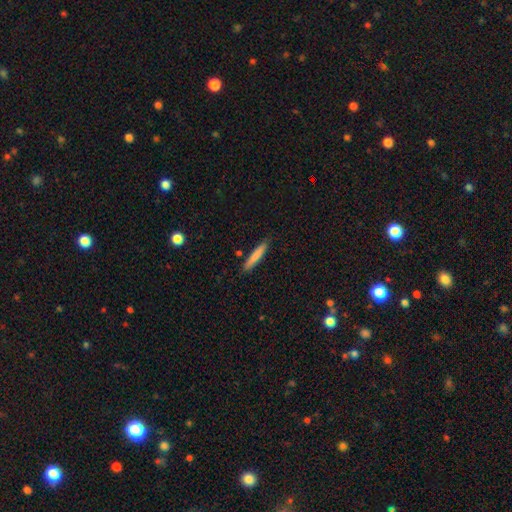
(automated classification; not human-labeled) A smooth galaxy with no disk features (80%) that is cigar-shaped (92%). Merging: none (88%).